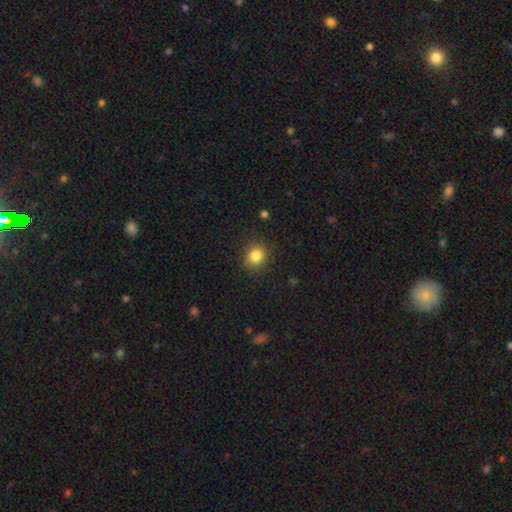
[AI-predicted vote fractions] The model was most divided on "how rounded": round: 78%, in between: 21%, cigar-shaped: 1%. More confident: merging — none (86%); smooth or featured — smooth (83%).